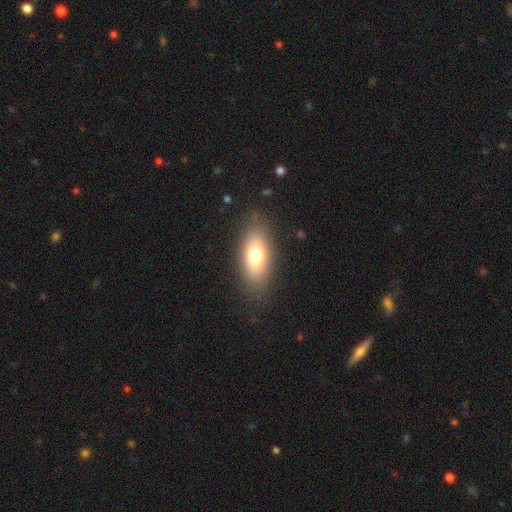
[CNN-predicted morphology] smooth 72%, featured or disk 19%, star or artifact 9%. Down the decision tree: how rounded — in between (84%); merging — none (84%).